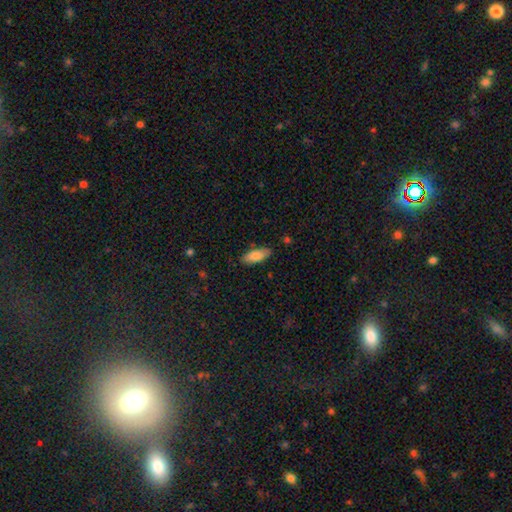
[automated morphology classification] Q: Smooth or featured?
A: smooth (84%); runner-up: featured or disk (10%)
Q: How rounded?
A: in between (76%); runner-up: cigar-shaped (22%)
Q: Merging?
A: none (83%); runner-up: minor disturbance (13%)